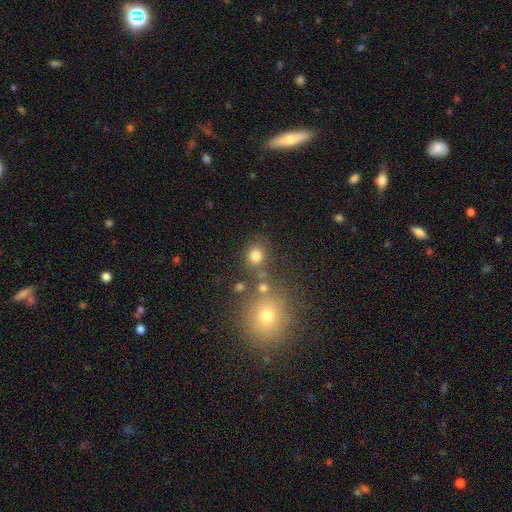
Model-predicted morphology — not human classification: type=smooth (76%); roundness=round (83%); merging=none (72%).